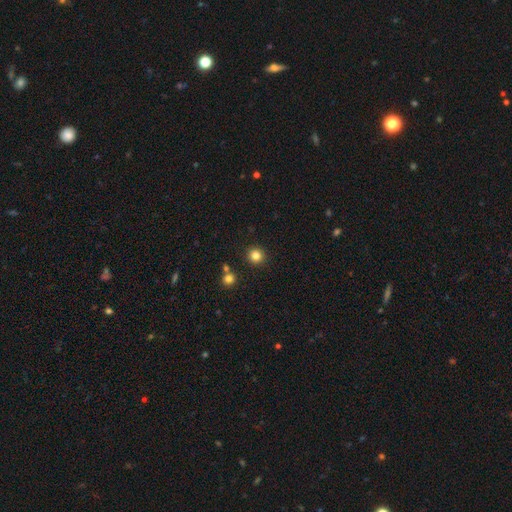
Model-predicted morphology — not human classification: Overall: smooth (82%). How rounded: round (93%). Merging: none (90%).